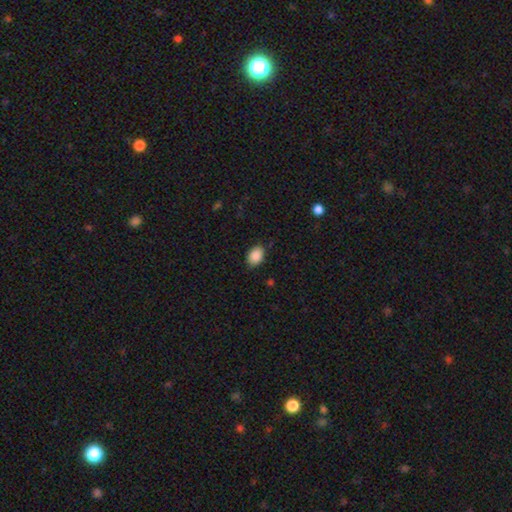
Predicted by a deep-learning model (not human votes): Smooth or featured? Predicted: smooth (p=0.89). How rounded? Predicted: in between (p=0.78). Merging? Predicted: none (p=0.82).